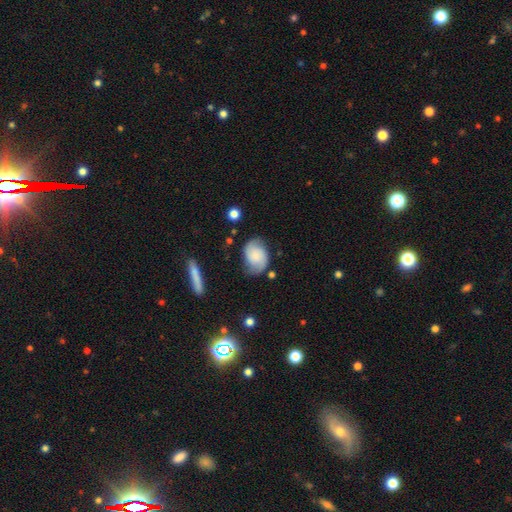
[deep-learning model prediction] Morphology: type=featured or disk (46%, tied with smooth); merging=none (67%).